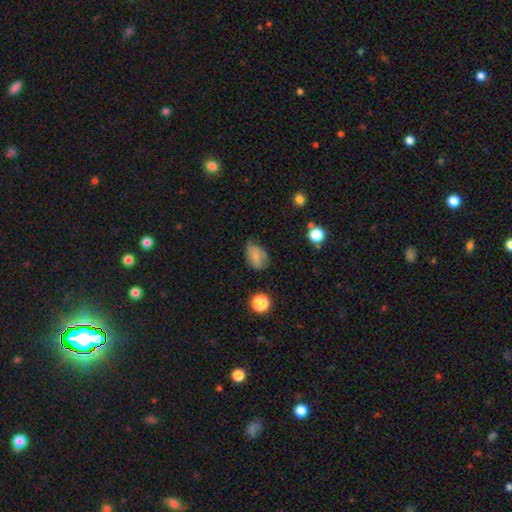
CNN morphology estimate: This appears to be a smooth galaxy with no disk features (71%) that is in between round and cigar-shaped (79%). Merging: none (54%).